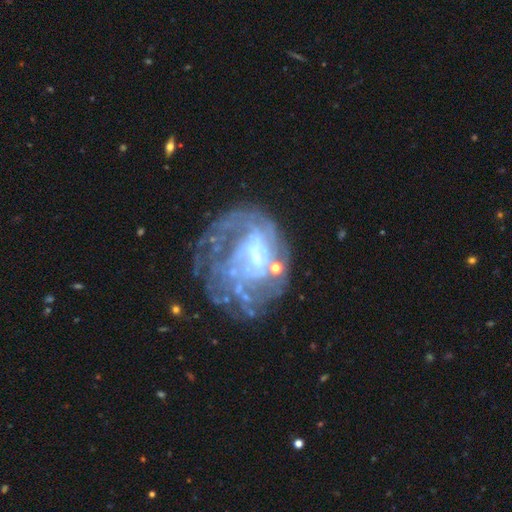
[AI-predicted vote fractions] Morphology: type=featured or disk (79%); edge-on=no (98%); bar=no (47%); spiral arms=yes (70%); winding=tight (45%); arm count=can't tell (52%); bulge=small (52%); merging=none (46%).